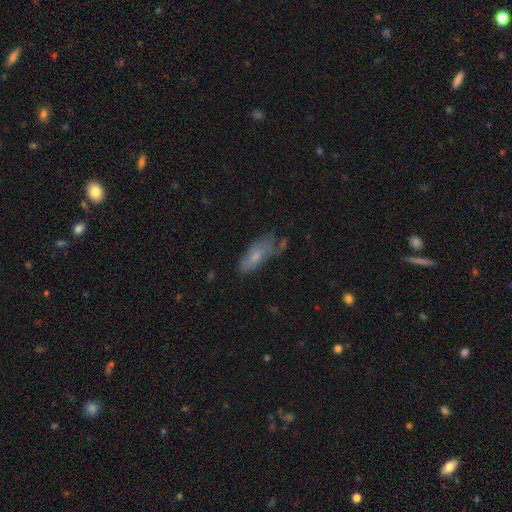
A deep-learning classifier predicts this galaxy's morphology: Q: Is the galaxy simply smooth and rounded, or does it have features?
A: smooth — 64%.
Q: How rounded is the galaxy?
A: in between — 70%.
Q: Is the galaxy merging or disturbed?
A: none — 47%.